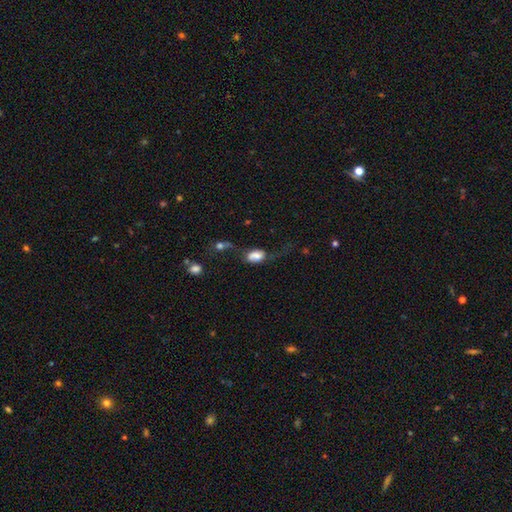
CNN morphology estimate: Overall: smooth (61%; featured or disk 29%). How rounded: in between (84%). Merging: major disturbance (37%; none 24%).